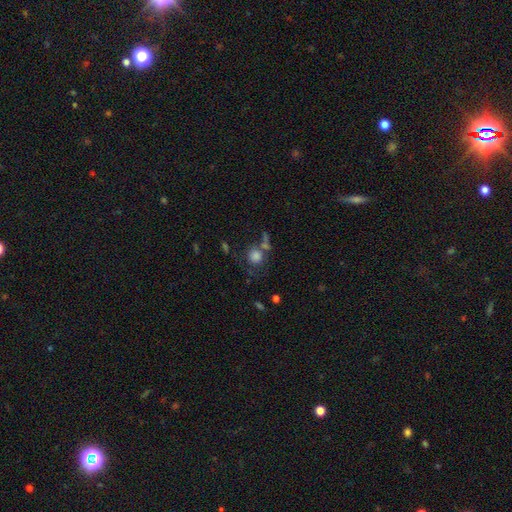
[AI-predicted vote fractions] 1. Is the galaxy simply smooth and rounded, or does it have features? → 79% smooth, 11% star or artifact, 10% featured or disk.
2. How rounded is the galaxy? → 86% round, 13% in between, 1% cigar-shaped.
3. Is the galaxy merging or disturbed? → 52% none, 21% merger, 15% minor disturbance, 12% major disturbance.